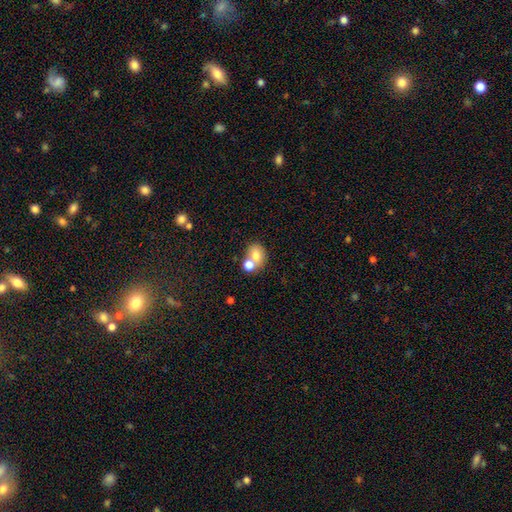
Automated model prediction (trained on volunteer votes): smooth-or-featured: smooth: 74% | featured or disk: 15% | star or artifact: 11%
  how-rounded: round: 57% | in between: 42% | cigar-shaped: 1%
  merging: none: 44% | merger: 42% | minor disturbance: 10% | major disturbance: 4%